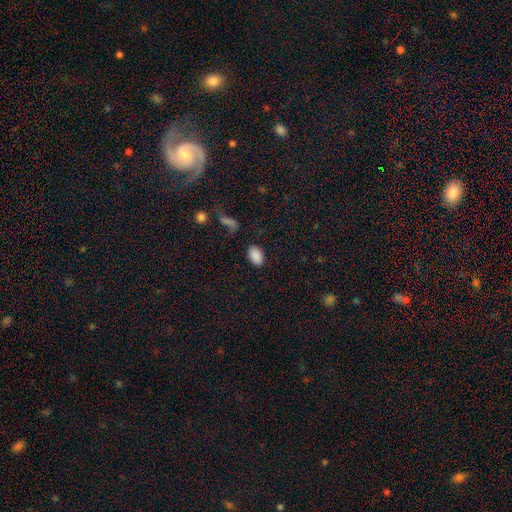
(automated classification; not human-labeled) The model was most divided on "merging": none: 85%, minor disturbance: 9%, major disturbance: 3%, merger: 2%. More confident: how rounded — in between (92%); smooth or featured — smooth (89%).